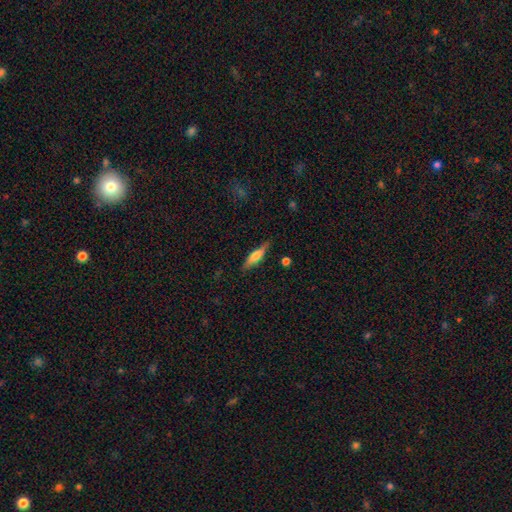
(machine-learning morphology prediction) A smooth galaxy with no disk features (56%) that is cigar-shaped (74%). Merging: none (79%).